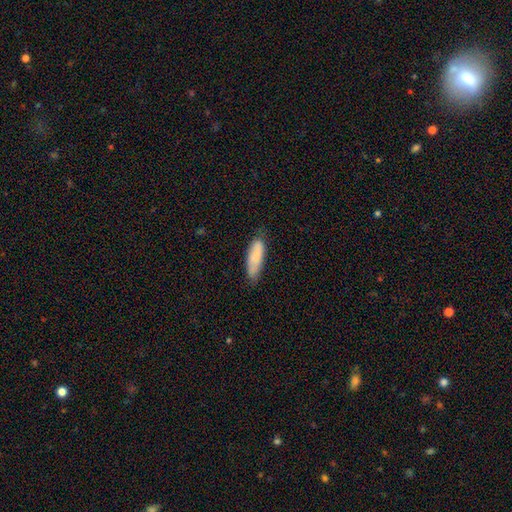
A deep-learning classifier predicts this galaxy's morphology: type=smooth (81%); roundness=in between (53%); merging=none (69%).